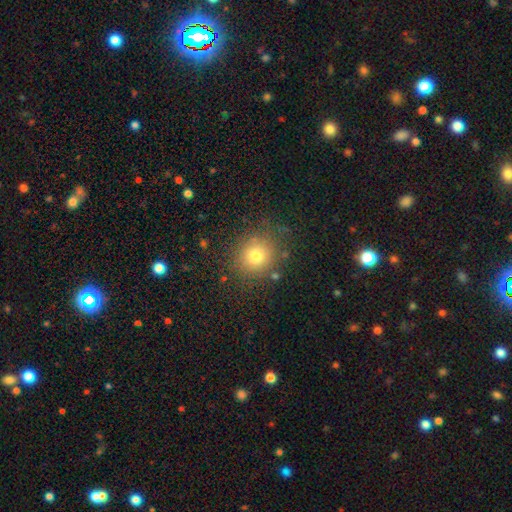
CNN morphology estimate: This appears to be a smooth galaxy with no disk features (75%) that is round (86%). Merging: none (82%).